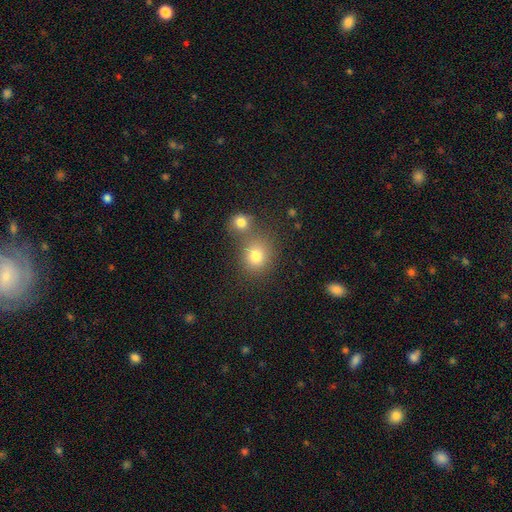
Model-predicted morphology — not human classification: Smooth or featured?
  - smooth: 79% *
  - star or artifact: 14%
  - featured or disk: 8%
How rounded?
  - round: 78% *
  - in between: 21%
  - cigar-shaped: 1%
Merging?
  - none: 56% *
  - merger: 31%
  - minor disturbance: 9%
  - major disturbance: 4%